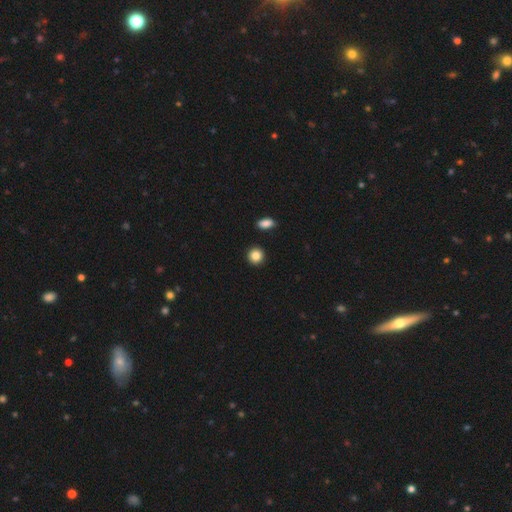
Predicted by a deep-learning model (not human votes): Morphology: type=smooth (86%); roundness=round (91%); merging=none (91%).